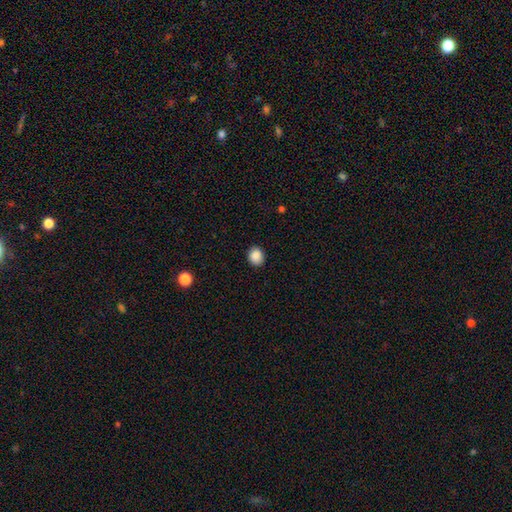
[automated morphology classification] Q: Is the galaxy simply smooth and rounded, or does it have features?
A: smooth — 88%.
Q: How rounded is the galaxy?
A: round — 59%.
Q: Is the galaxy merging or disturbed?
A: none — 89%.